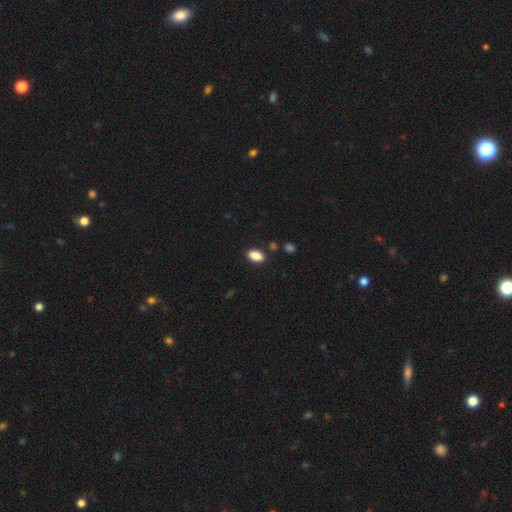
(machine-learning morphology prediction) Smooth or featured? smooth (88%)
How rounded? in between (90%)
Merging? none (85%)